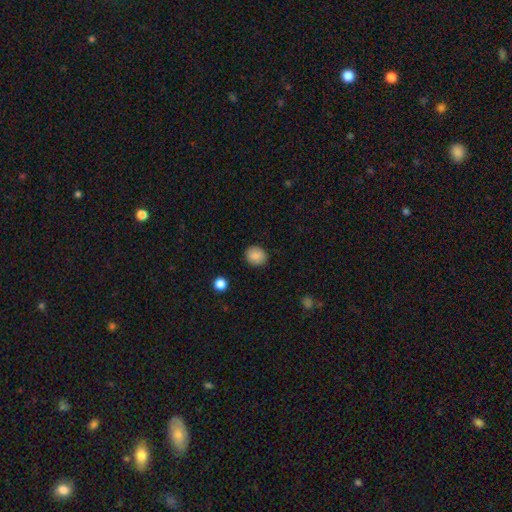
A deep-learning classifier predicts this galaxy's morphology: A smooth galaxy with no disk features (87%) that is round (78%). Merging: none (89%).